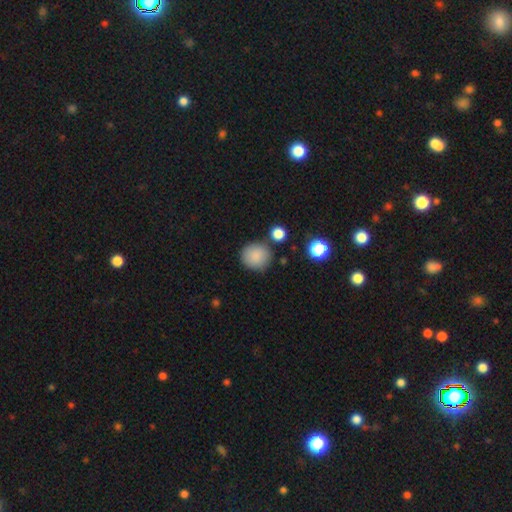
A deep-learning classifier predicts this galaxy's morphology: Overall: smooth (87%). How rounded: round (89%). Merging: none (79%).